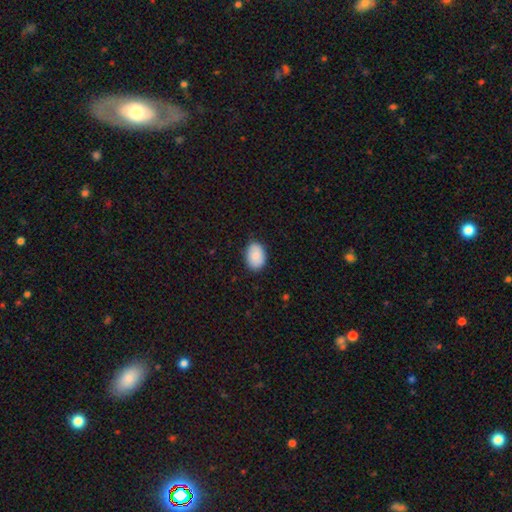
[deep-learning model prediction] Smooth or featured? Predicted: smooth (p=0.86). How rounded? Predicted: in between (p=0.81). Merging? Predicted: none (p=0.84).